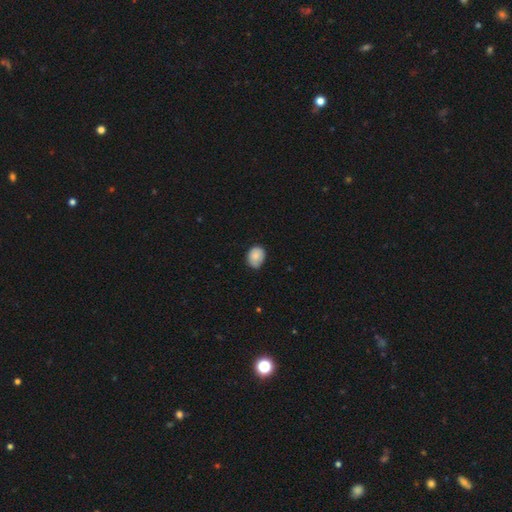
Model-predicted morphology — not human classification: A smooth galaxy with no disk features (84%) that is in between round and cigar-shaped (60%). Merging: none (67%).